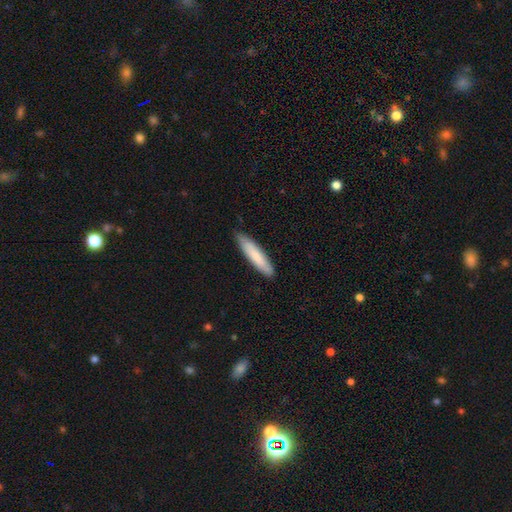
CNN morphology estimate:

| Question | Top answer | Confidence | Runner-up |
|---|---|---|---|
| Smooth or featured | smooth | 80% | featured or disk (16%) |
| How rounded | cigar-shaped | 85% | in between (14%) |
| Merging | none | 88% | minor disturbance (10%) |